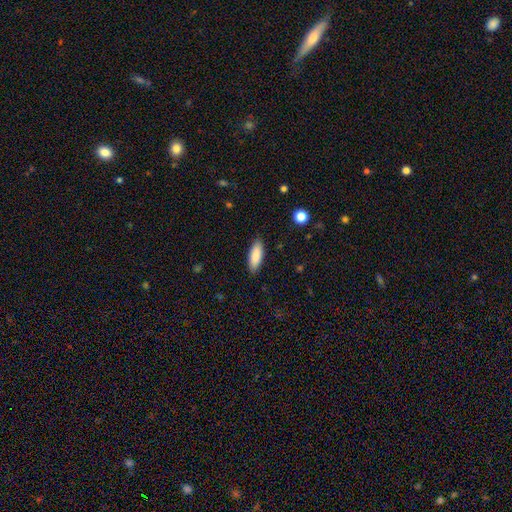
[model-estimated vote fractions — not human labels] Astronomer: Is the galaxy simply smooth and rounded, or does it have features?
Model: smooth — 87%.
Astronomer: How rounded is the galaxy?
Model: in between — 68%.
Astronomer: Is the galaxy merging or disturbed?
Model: none — 88%.